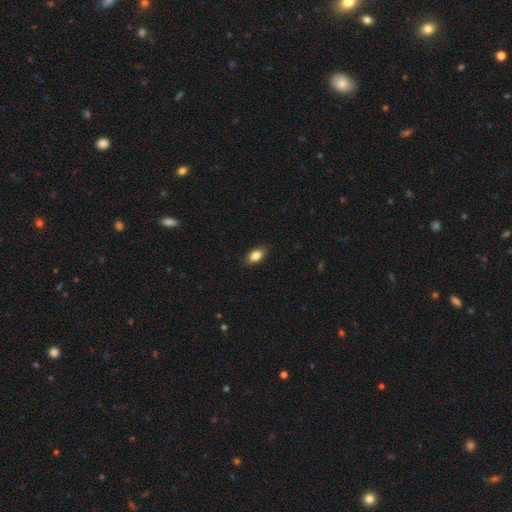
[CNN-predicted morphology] smooth 85%, star or artifact 8%, featured or disk 7%. Down the decision tree: how rounded — in between (88%); merging — none (85%).